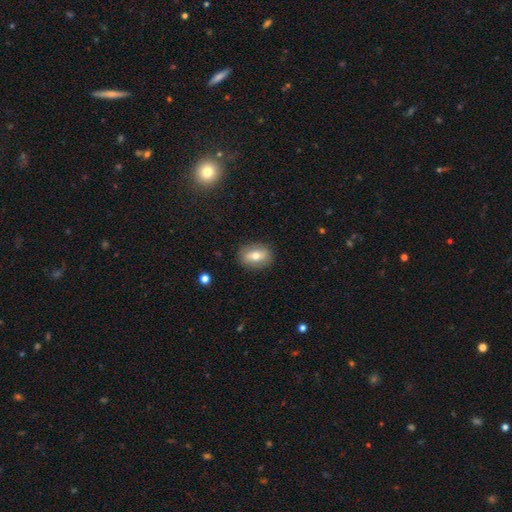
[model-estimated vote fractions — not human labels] This appears to be a smooth galaxy with no disk features (63%) that is in between round and cigar-shaped (69%). Merging: none (86%).